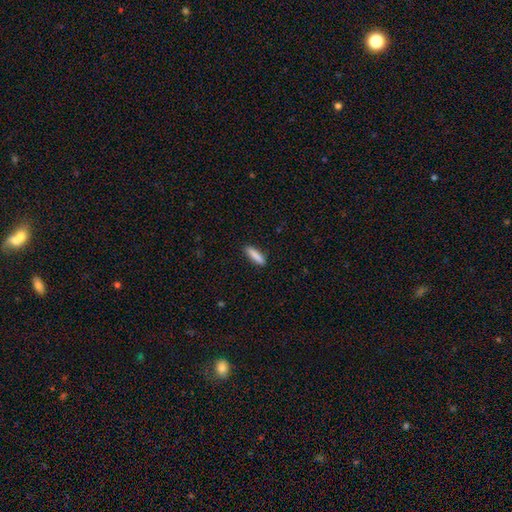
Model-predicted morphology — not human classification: Smooth or featured?
  - smooth: 87% *
  - featured or disk: 7%
  - star or artifact: 6%
How rounded?
  - cigar-shaped: 74% *
  - in between: 24%
  - round: 2%
Merging?
  - none: 89% *
  - minor disturbance: 8%
  - major disturbance: 2%
  - merger: 1%